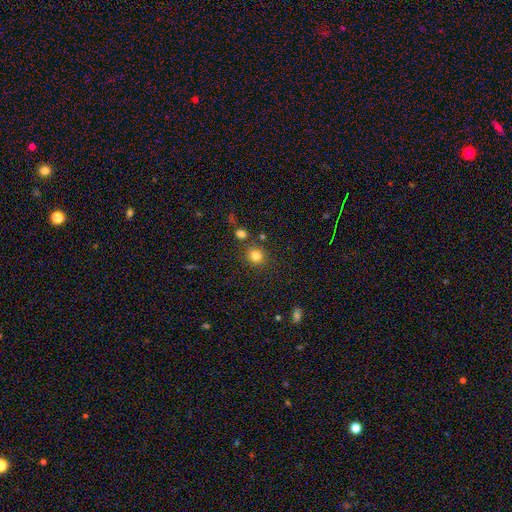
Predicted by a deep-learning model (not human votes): smooth-or-featured: smooth: 81% | star or artifact: 13% | featured or disk: 6%
  how-rounded: round: 87% | in between: 12% | cigar-shaped: 1%
  merging: none: 79% | minor disturbance: 9% | merger: 8% | major disturbance: 4%